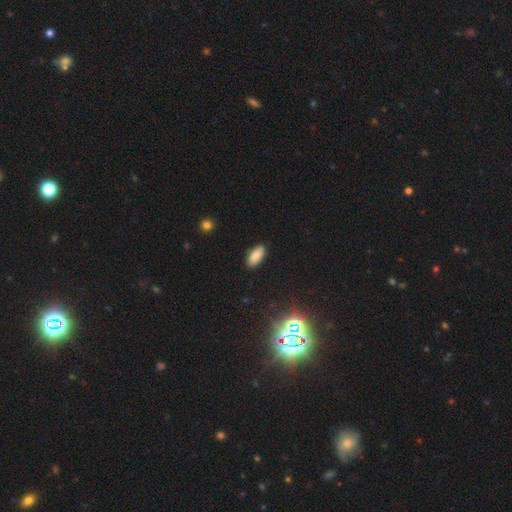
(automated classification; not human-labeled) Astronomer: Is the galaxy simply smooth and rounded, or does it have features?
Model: smooth — 82%.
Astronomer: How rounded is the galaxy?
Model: in between — 91%.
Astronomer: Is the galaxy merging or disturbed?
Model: none — 87%.